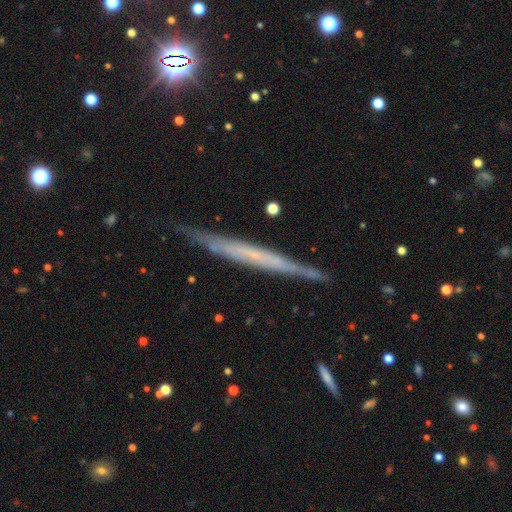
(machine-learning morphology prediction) Q: Smooth or featured?
A: featured or disk (63%); runner-up: smooth (29%)
Q: Edge-on disk?
A: yes (96%); runner-up: no (4%)
Q: Edge-on bulge?
A: none (88%); runner-up: rounded (8%)
Q: Merging?
A: none (87%); runner-up: minor disturbance (10%)